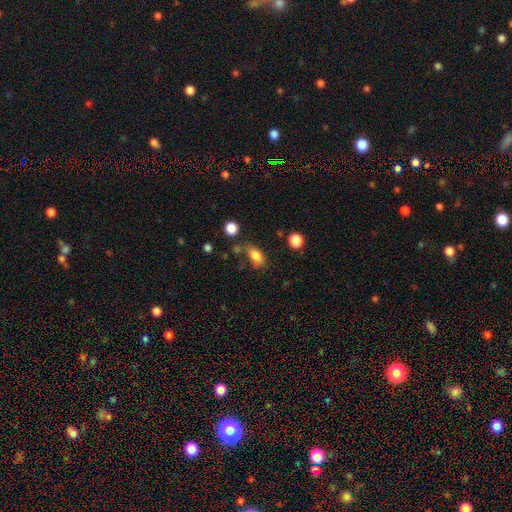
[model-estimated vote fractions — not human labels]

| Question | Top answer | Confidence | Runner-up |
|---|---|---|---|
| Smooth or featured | smooth | 82% | star or artifact (10%) |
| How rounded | in between | 86% | round (9%) |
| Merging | none | 59% | minor disturbance (23%) |